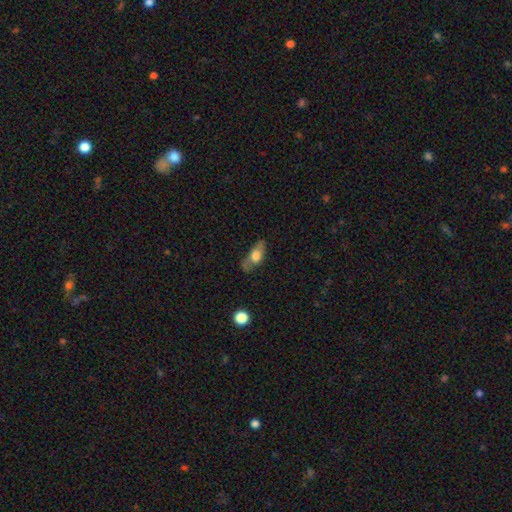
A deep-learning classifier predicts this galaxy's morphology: A smooth galaxy with no disk features (58%) that is in between round and cigar-shaped (72%). Merging: none (57%).